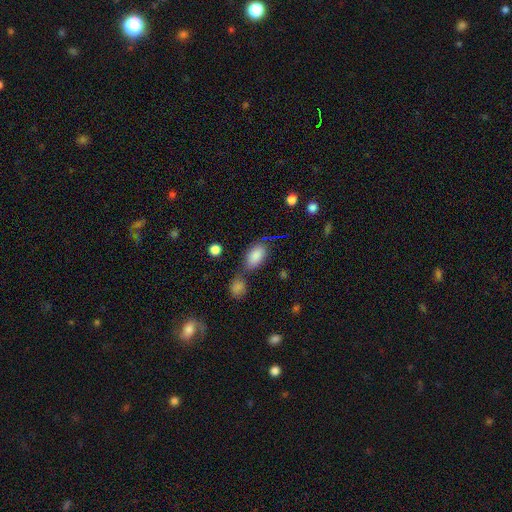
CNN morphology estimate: Smooth or featured: smooth — 83% (star or artifact — 9%)
How rounded: in between — 92% (round — 5%)
Merging: none — 55% (merger — 22%)